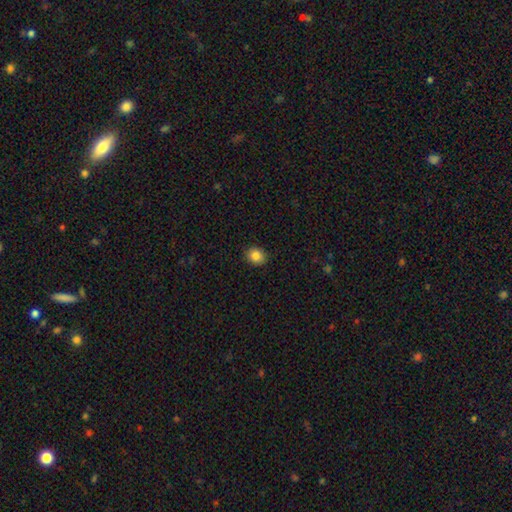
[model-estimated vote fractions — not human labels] smooth-or-featured: smooth: 85% | star or artifact: 10% | featured or disk: 5%
  how-rounded: round: 67% | in between: 32% | cigar-shaped: 1%
  merging: none: 90% | minor disturbance: 8% | major disturbance: 2% | merger: 1%